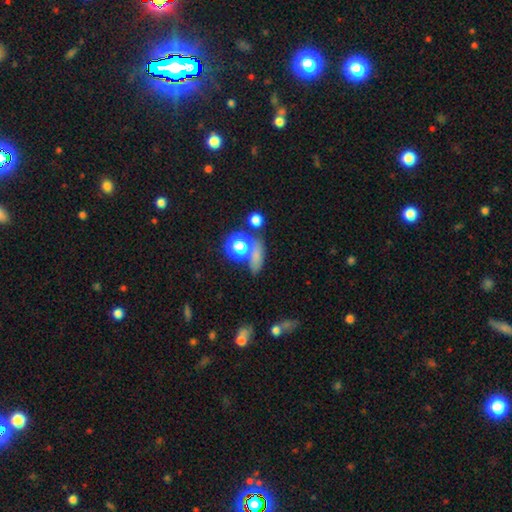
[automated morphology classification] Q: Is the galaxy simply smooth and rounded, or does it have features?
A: smooth — 63%.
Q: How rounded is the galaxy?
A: in between — 43%.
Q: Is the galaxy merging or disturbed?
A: none — 58%.